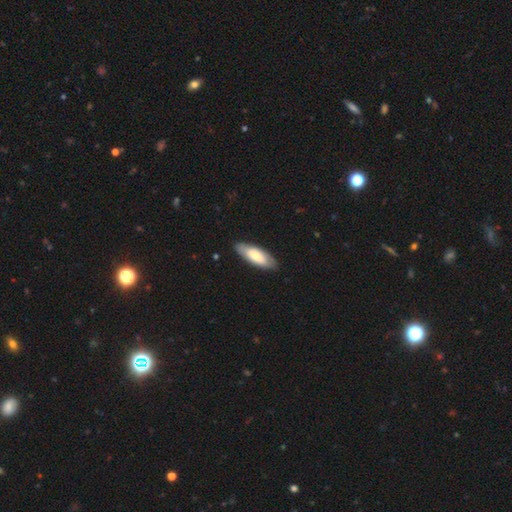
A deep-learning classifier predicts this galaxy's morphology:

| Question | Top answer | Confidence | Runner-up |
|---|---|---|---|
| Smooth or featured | smooth | 66% | featured or disk (29%) |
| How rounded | in between | 70% | cigar-shaped (28%) |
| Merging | none | 85% | minor disturbance (12%) |